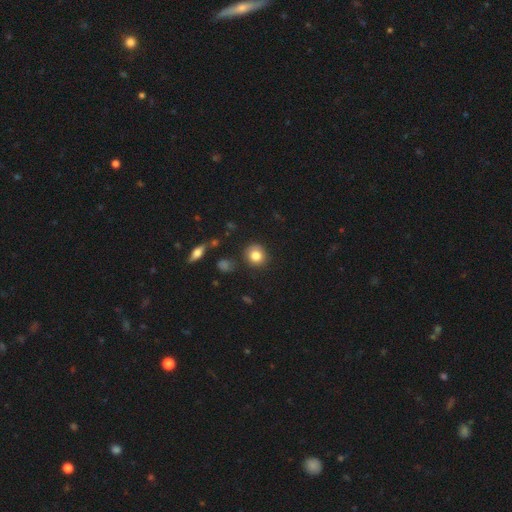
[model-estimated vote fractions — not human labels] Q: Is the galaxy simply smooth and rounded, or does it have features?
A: smooth — 82%.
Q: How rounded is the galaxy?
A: round — 84%.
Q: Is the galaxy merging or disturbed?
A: none — 84%.